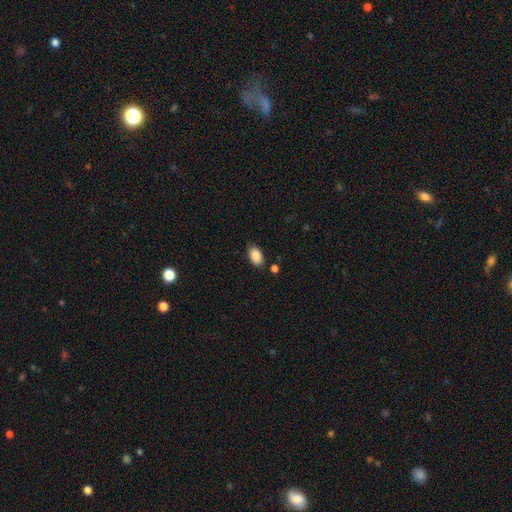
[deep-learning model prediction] This is clearly a smooth galaxy (89%). How rounded: clearly in between (92%). Merging: likely none (77%).